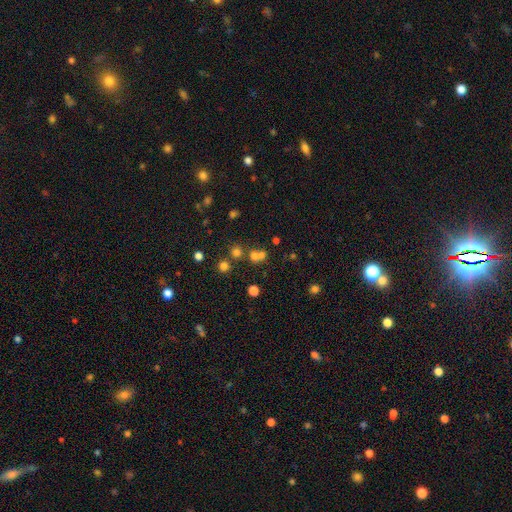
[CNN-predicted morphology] type=smooth (56%); roundness=round (84%); merging=none (52%).